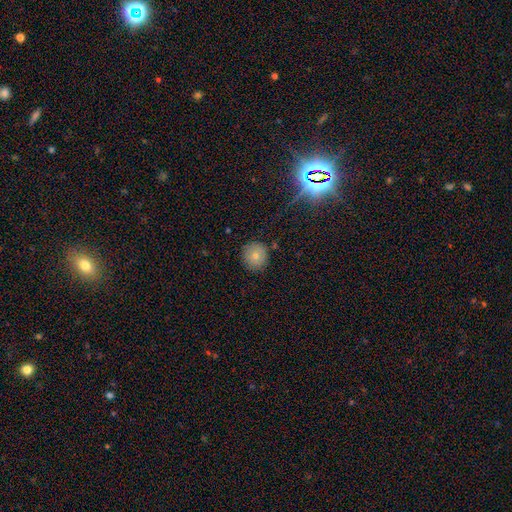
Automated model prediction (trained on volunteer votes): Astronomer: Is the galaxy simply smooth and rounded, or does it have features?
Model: smooth — 74%.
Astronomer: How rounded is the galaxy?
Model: round — 93%.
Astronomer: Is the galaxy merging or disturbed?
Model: none — 88%.